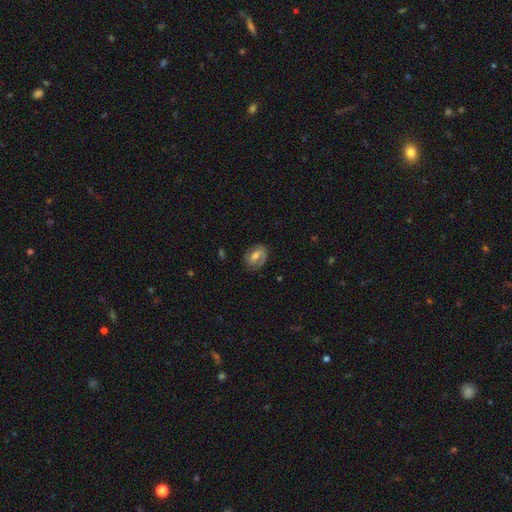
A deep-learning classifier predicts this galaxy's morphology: Smooth or featured? featured or disk (62%)
Edge-on disk? no (96%)
Bar? weak (47%)
Spiral arms? yes (85%)
Spiral winding? medium (42%)
Spiral arm count? 2 (54%)
Bulge size? moderate (54%)
Merging? none (70%)